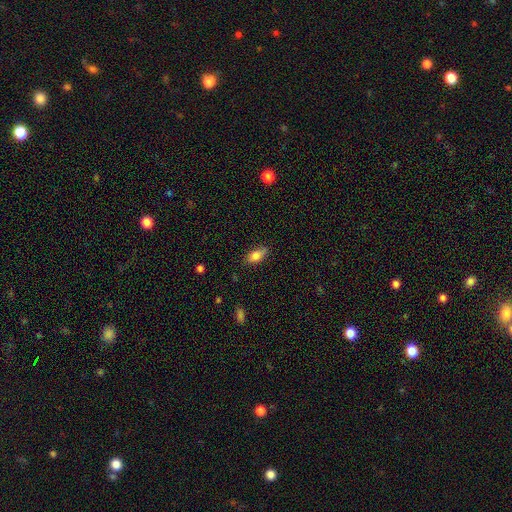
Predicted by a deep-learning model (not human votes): Morphology: type=smooth (81%); roundness=in between (85%); merging=none (76%).